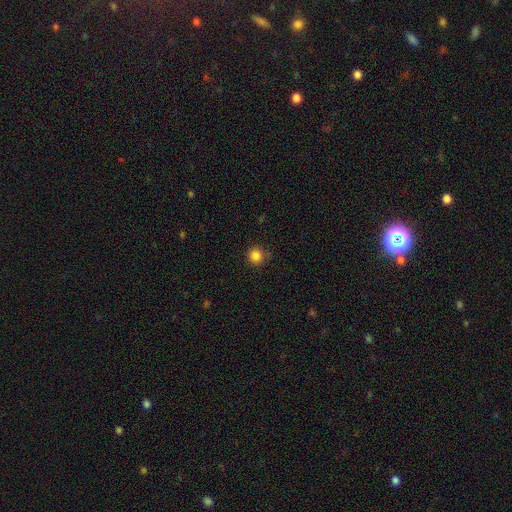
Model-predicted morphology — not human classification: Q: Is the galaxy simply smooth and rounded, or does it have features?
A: smooth — 85%.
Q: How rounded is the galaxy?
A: round — 93%.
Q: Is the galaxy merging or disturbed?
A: none — 83%.